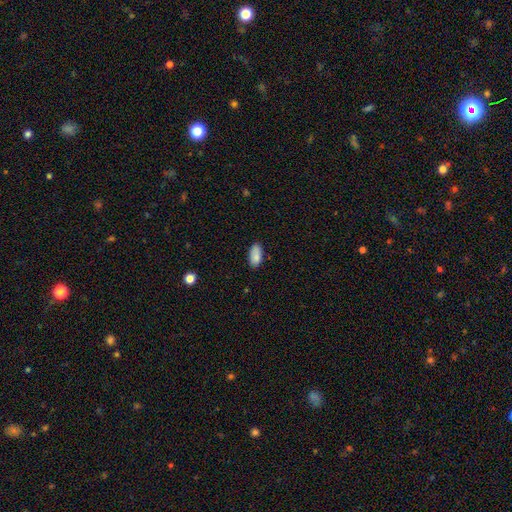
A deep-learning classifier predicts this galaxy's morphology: smooth_or_featured: smooth (p=0.87) [alt: star or artifact p=0.07]
how_rounded: in between (p=0.92) [alt: cigar-shaped p=0.06]
merging: none (p=0.83) [alt: minor disturbance p=0.13]